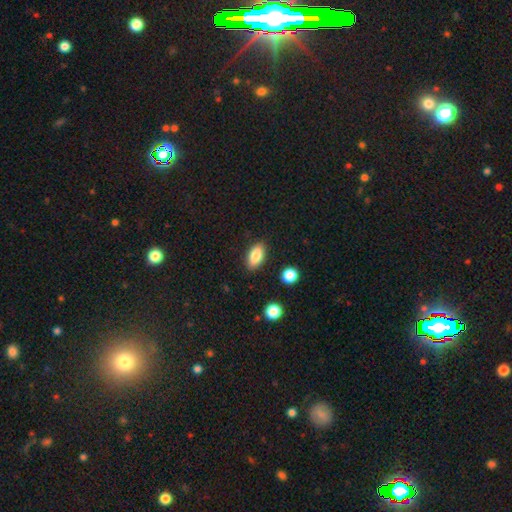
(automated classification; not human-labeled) smooth-or-featured: smooth: 84% | featured or disk: 8% | star or artifact: 8%
  how-rounded: in between: 89% | cigar-shaped: 6% | round: 5%
  merging: none: 87% | minor disturbance: 9% | major disturbance: 2% | merger: 2%